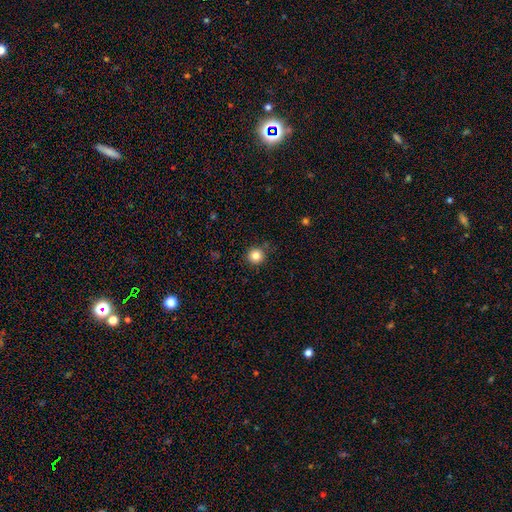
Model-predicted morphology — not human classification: Overall: smooth (84%). How rounded: round (95%). Merging: none (89%).